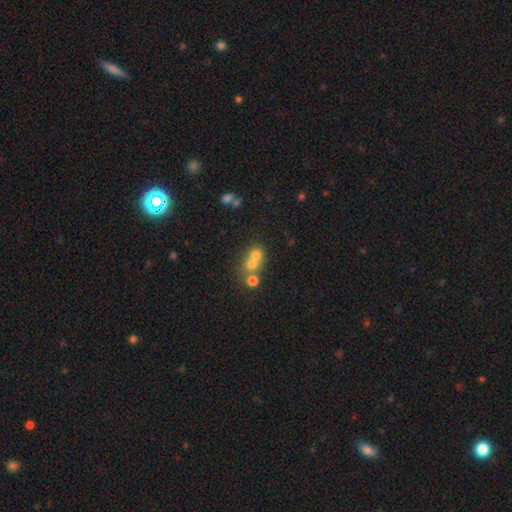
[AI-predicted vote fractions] smooth-or-featured: smooth: 65% | featured or disk: 19% | star or artifact: 16%
  how-rounded: round: 79% | in between: 20% | cigar-shaped: 1%
  merging: merger: 59% | none: 32% | minor disturbance: 6% | major disturbance: 3%